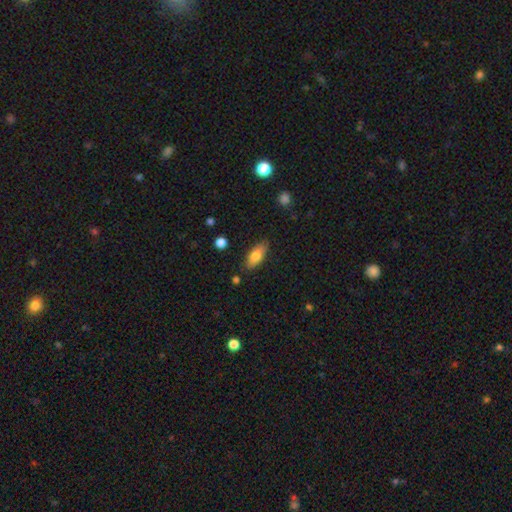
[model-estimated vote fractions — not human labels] smooth 78%, featured or disk 16%, star or artifact 7%. Down the decision tree: how rounded — in between (82%); merging — none (82%).